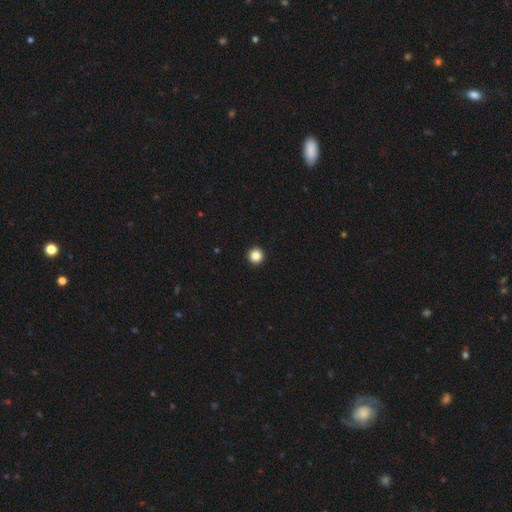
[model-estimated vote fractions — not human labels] smooth 85%, star or artifact 11%, featured or disk 4%. Down the decision tree: how rounded — round (96%); merging — none (94%).